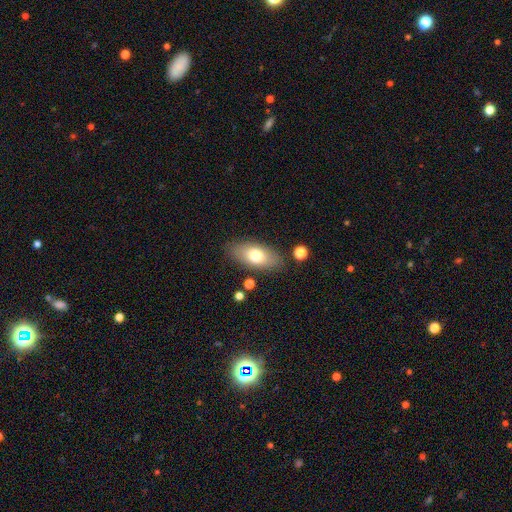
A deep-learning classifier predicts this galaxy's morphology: Smooth or featured? smooth (72%)
How rounded? in between (88%)
Merging? none (83%)